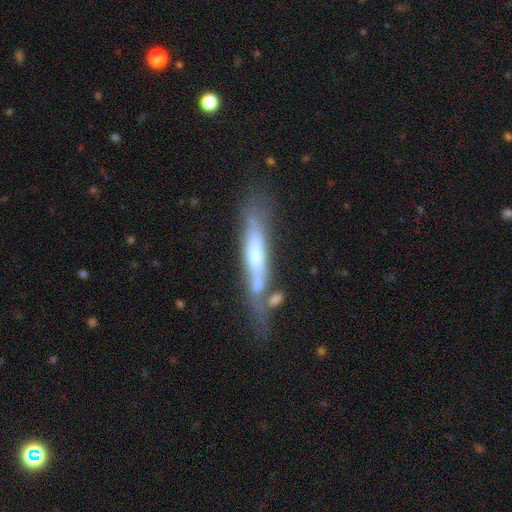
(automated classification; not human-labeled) Smooth or featured?
  - featured or disk: 52% *
  - smooth: 41%
  - star or artifact: 7%
Edge-on disk?
  - yes: 78% *
  - no: 22%
Merging?
  - none: 45% *
  - minor disturbance: 23%
  - merger: 21%
  - major disturbance: 12%